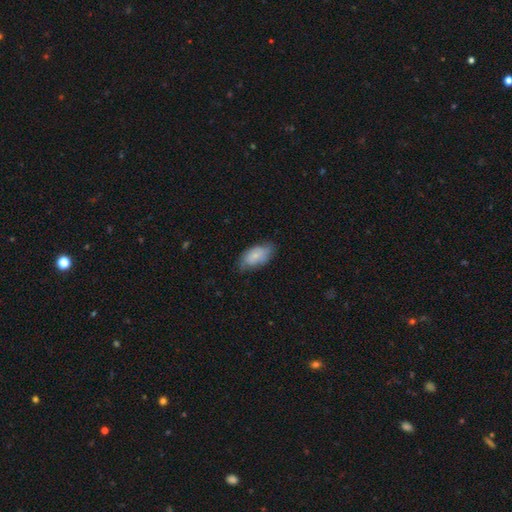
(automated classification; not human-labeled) Morphology: type=smooth (68%); roundness=in between (93%); merging=none (61%).